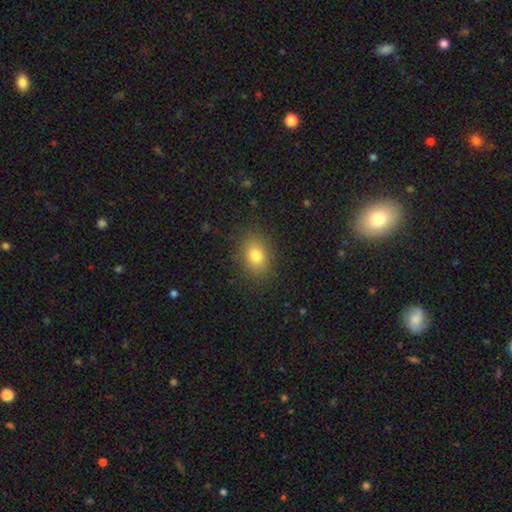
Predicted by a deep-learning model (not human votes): Q: Smooth or featured?
A: smooth (80%); runner-up: star or artifact (11%)
Q: How rounded?
A: in between (71%); runner-up: round (28%)
Q: Merging?
A: none (85%); runner-up: minor disturbance (10%)